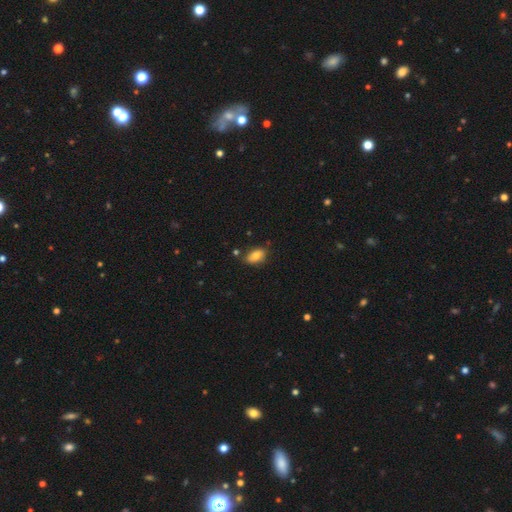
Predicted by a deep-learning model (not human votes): This appears to be a smooth galaxy with no disk features (80%) that is in between round and cigar-shaped (90%). Merging: none (75%).